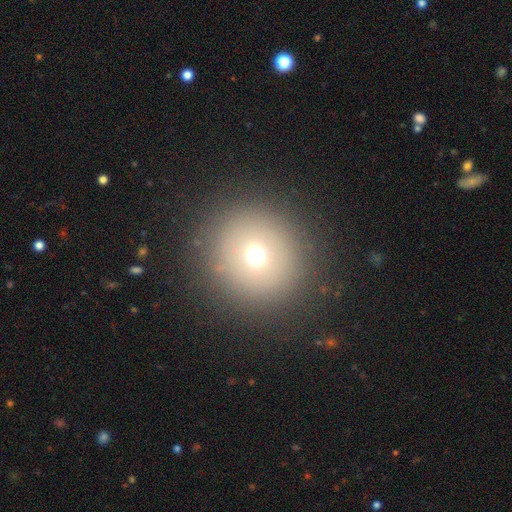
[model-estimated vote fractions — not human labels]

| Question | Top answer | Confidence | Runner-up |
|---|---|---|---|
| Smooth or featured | smooth | 66% | star or artifact (20%) |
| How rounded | round | 92% | in between (7%) |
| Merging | none | 87% | minor disturbance (7%) |